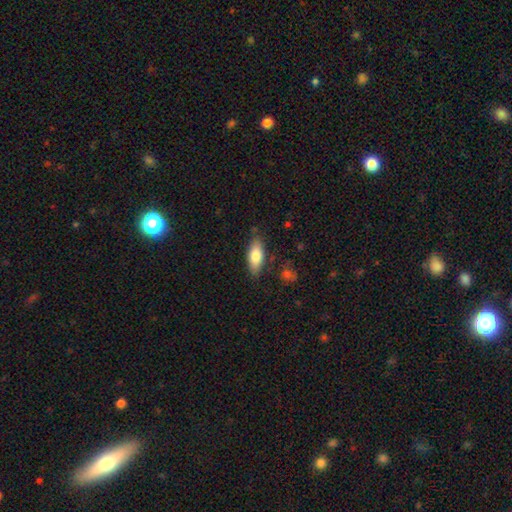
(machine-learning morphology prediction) A smooth galaxy with no disk features (77%) that is in between round and cigar-shaped (76%).

Vote fractions:
- Smooth or featured? smooth: 77% / featured or disk: 17% / star or artifact: 6%
- How rounded? in between: 76% / cigar-shaped: 21% / round: 2%
- Merging? none: 83% / minor disturbance: 13% / major disturbance: 3% / merger: 2%